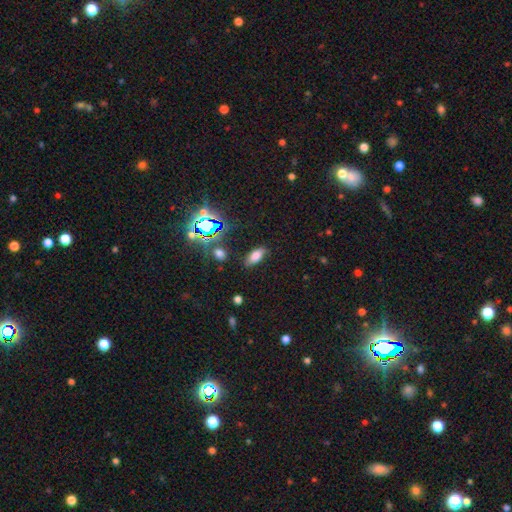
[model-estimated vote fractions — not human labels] Overall: smooth (67%). How rounded: in between (83%). Merging: none (82%).